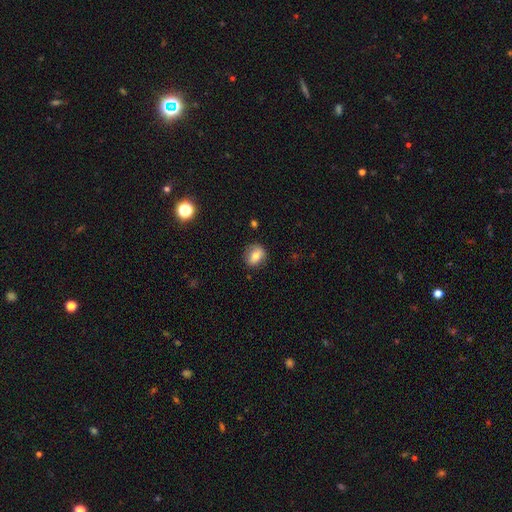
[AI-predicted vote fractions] Smooth or featured? Predicted: smooth (p=0.73). How rounded? Predicted: round (p=0.59). Merging? Predicted: none (p=0.80).